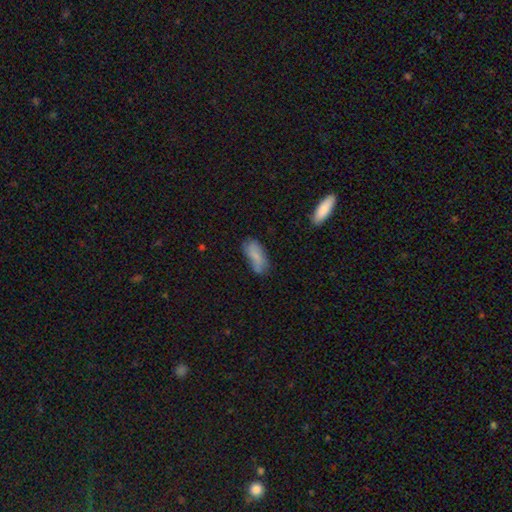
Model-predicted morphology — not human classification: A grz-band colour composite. It shows a smooth galaxy with no disk features (77%) that is in between round and cigar-shaped (82%). Merging: none (54%).